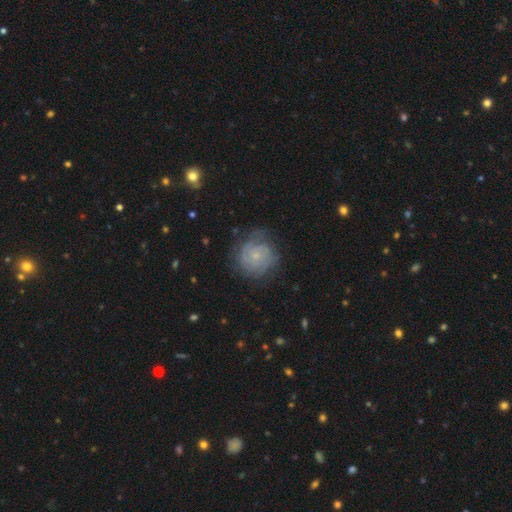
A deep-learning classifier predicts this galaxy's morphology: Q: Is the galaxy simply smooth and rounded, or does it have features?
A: featured or disk — 68%.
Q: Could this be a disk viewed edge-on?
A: no — 98%.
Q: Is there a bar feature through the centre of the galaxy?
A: no — 80%.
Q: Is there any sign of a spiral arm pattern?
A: yes — 89%.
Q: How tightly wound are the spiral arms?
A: tight — 70%.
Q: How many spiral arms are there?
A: can't tell — 41%.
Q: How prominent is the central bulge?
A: small — 78%.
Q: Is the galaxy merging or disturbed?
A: none — 71%.